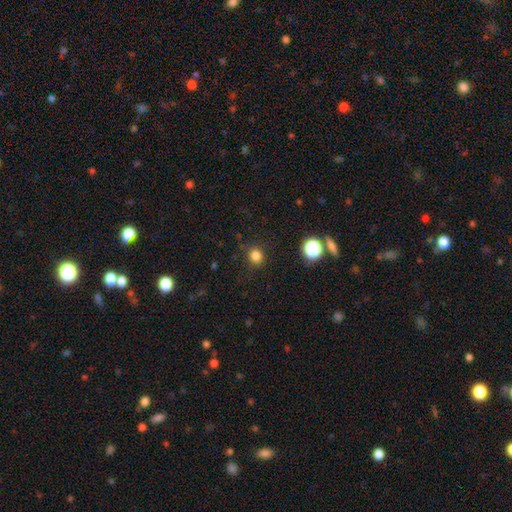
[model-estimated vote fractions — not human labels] Smooth or featured? smooth (81%)
How rounded? round (85%)
Merging? none (86%)